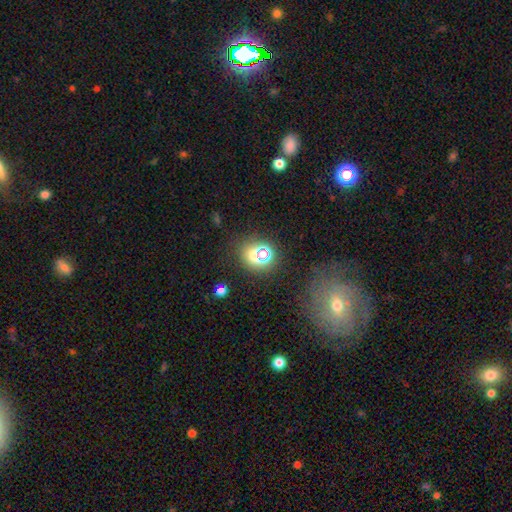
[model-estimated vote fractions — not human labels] Overall: star or artifact (48%; smooth 42%).